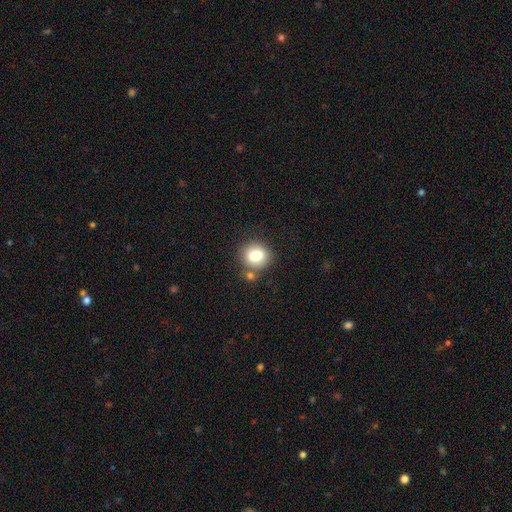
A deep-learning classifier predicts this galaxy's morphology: smooth-or-featured: smooth: 80% | featured or disk: 10% | star or artifact: 10%
  how-rounded: round: 79% | in between: 20% | cigar-shaped: 1%
  merging: none: 70% | merger: 14% | minor disturbance: 12% | major disturbance: 4%